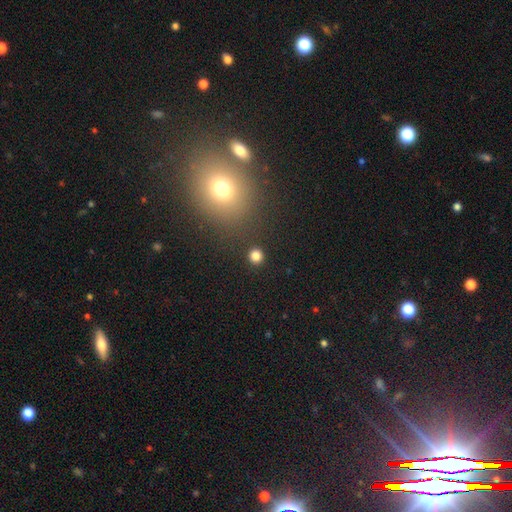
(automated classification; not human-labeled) Smooth or featured: smooth — 81% (star or artifact — 15%)
How rounded: round — 92% (in between — 7%)
Merging: none — 90% (minor disturbance — 5%)